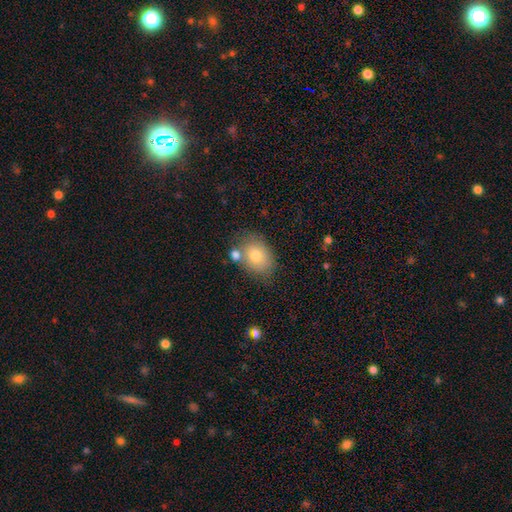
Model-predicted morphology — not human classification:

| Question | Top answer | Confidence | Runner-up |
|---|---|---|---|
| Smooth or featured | smooth | 72% | featured or disk (18%) |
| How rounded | in between | 65% | round (34%) |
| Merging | none | 64% | minor disturbance (16%) |